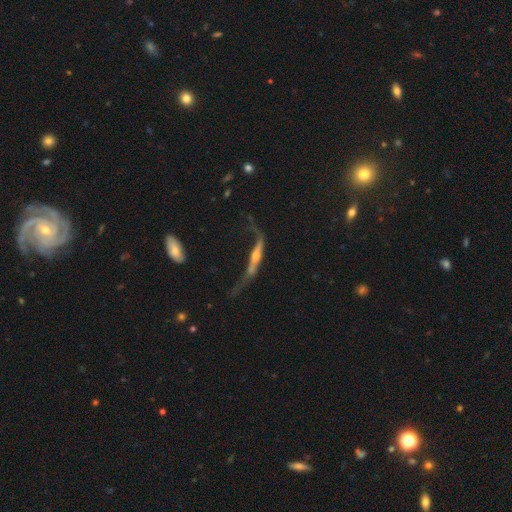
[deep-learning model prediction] Smooth or featured: featured or disk — 73% (smooth — 19%)
Edge-on disk: yes — 66% (no — 34%)
Merging: major disturbance — 47% (none — 29%)